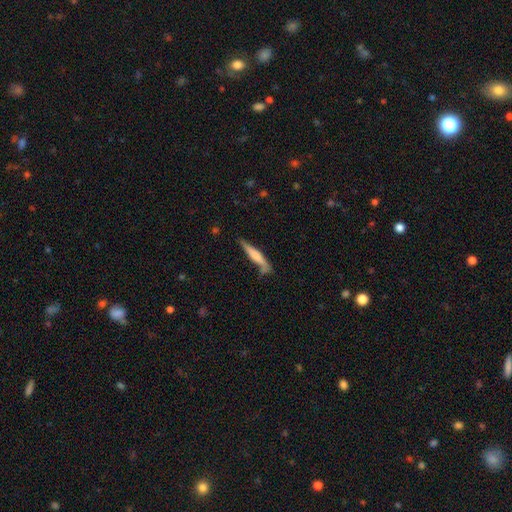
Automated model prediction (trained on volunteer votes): Smooth or featured? smooth (57%)
How rounded? cigar-shaped (91%)
Merging? none (66%)